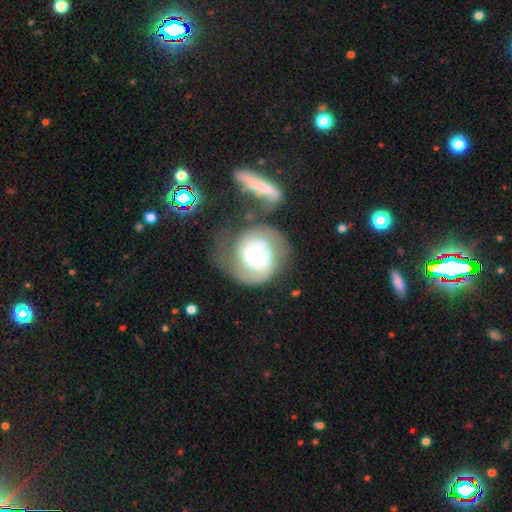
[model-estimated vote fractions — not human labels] Smooth or featured?
  - featured or disk: 77% *
  - smooth: 17%
  - star or artifact: 6%
Edge-on disk?
  - no: 97% *
  - yes: 3%
Bar?
  - no: 57% *
  - weak: 33%
  - strong: 10%
Spiral arms?
  - yes: 90% *
  - no: 10%
Spiral winding?
  - tight: 47% *
  - medium: 38%
  - loose: 16%
Spiral arm count?
  - 2: 68% *
  - can't tell: 14%
  - 1: 9%
  - 3: 4%
  - 4: 2%
  - more than 4: 2%
Bulge size?
  - moderate: 54% *
  - small: 31%
  - large: 11%
  - dominant: 2%
  - none: 2%
Merging?
  - none: 38% *
  - merger: 26%
  - major disturbance: 19%
  - minor disturbance: 16%